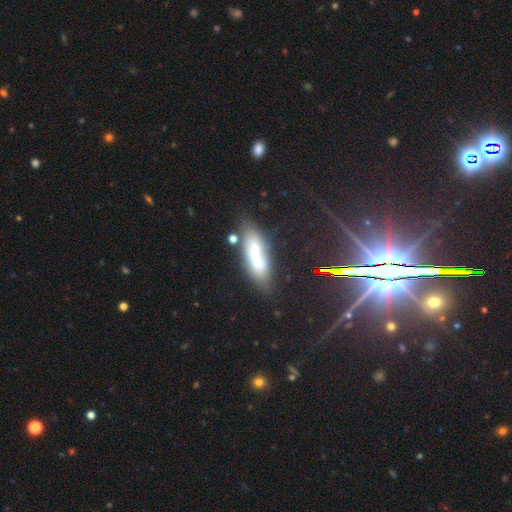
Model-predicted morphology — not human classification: Smooth or featured?
  - smooth: 50% *
  - featured or disk: 36%
  - star or artifact: 15%
Merging?
  - none: 43% *
  - merger: 34%
  - minor disturbance: 16%
  - major disturbance: 8%